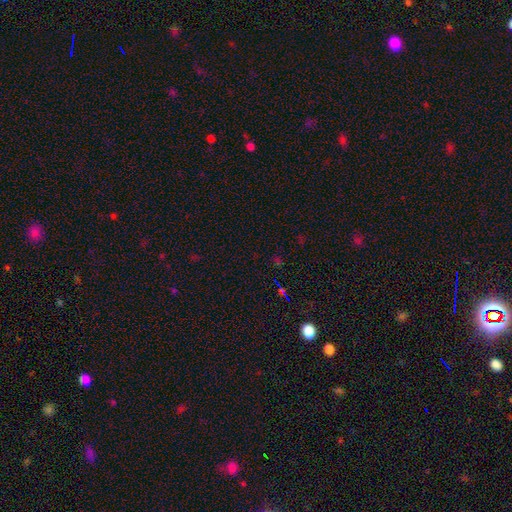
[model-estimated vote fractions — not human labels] Morphology: type=star or artifact (69%).